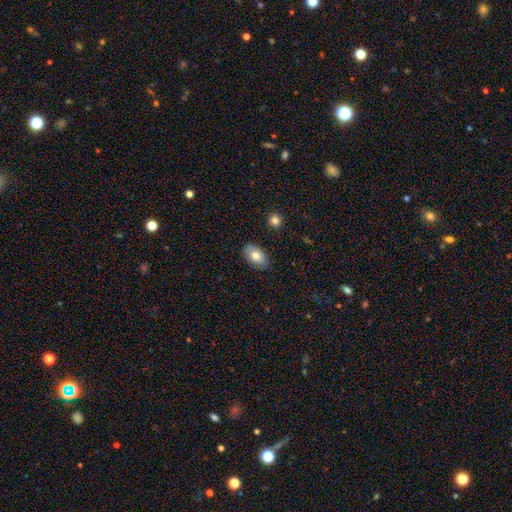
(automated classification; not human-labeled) Morphology: type=smooth (77%); roundness=in between (92%); merging=none (85%).